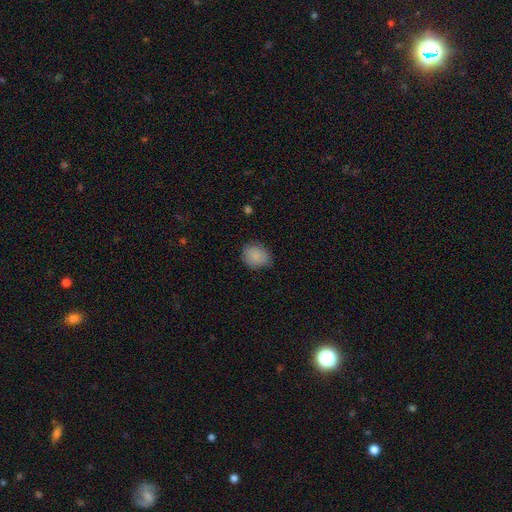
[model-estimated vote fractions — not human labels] Smooth or featured? smooth (87%)
How rounded? round (56%)
Merging? none (76%)